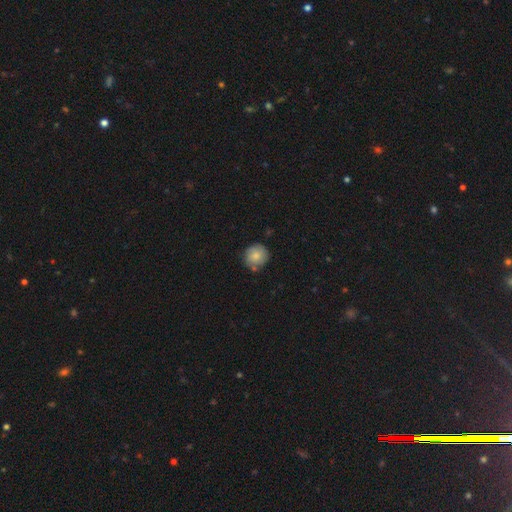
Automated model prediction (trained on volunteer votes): The model was most divided on "merging": none: 75%, minor disturbance: 17%, merger: 5%, major disturbance: 3%. More confident: how rounded — round (89%); smooth or featured — smooth (78%).